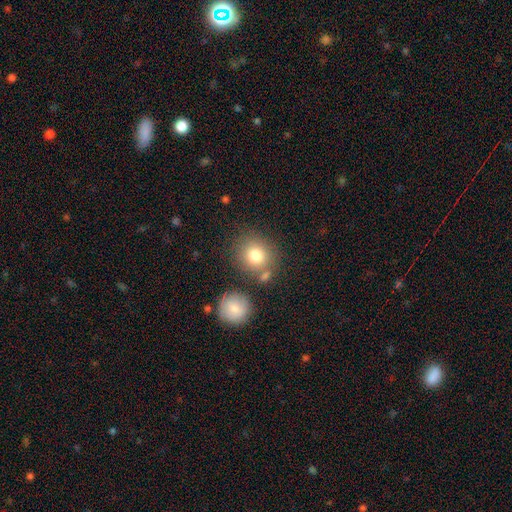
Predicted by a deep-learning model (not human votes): Overall: smooth (79%). How rounded: round (82%). Merging: none (70%).